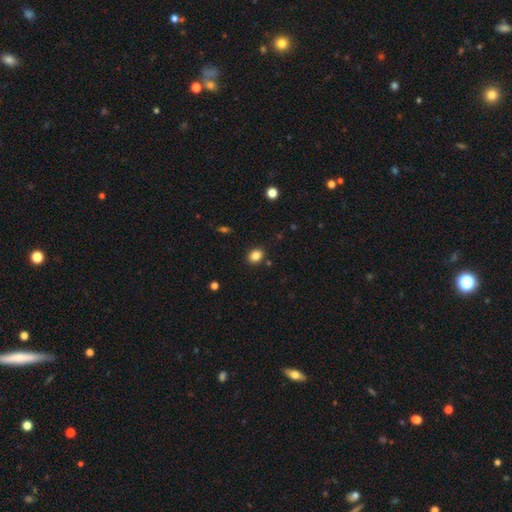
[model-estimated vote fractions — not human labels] smooth-or-featured: smooth: 84% | star or artifact: 10% | featured or disk: 5%
  how-rounded: in between: 56% | round: 43% | cigar-shaped: 1%
  merging: none: 86% | minor disturbance: 9% | merger: 2% | major disturbance: 2%